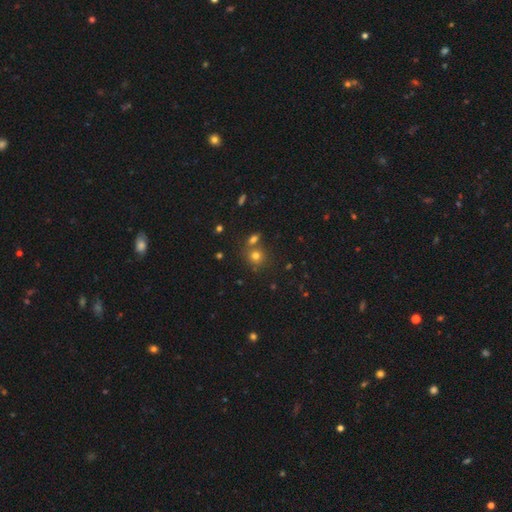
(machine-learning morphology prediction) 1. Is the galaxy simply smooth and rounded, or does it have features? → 74% smooth, 17% star or artifact, 9% featured or disk.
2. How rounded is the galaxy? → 83% round, 16% in between, 1% cigar-shaped.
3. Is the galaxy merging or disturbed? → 63% none, 26% merger, 9% minor disturbance, 3% major disturbance.